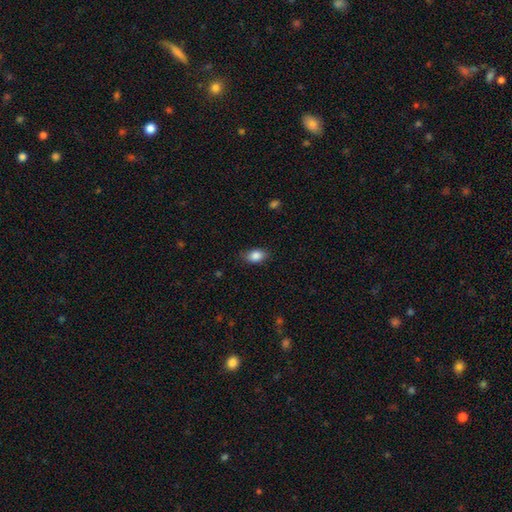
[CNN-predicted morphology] Smooth or featured: smooth — 87% (star or artifact — 8%)
How rounded: in between — 84% (round — 14%)
Merging: none — 79% (minor disturbance — 17%)